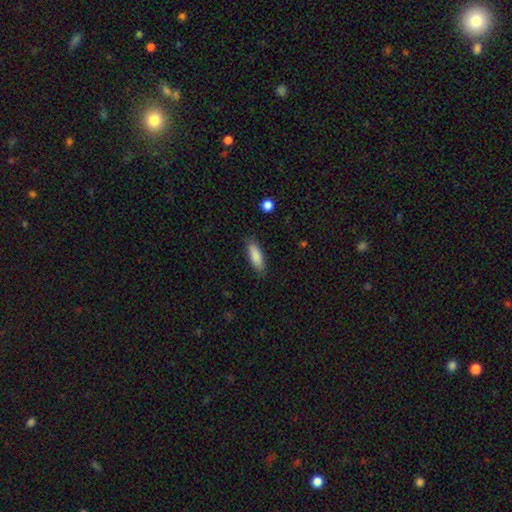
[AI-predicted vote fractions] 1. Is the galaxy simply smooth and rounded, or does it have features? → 87% smooth, 7% featured or disk, 6% star or artifact.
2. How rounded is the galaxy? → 59% in between, 39% cigar-shaped, 2% round.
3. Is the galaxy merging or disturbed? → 85% none, 11% minor disturbance, 2% major disturbance, 1% merger.